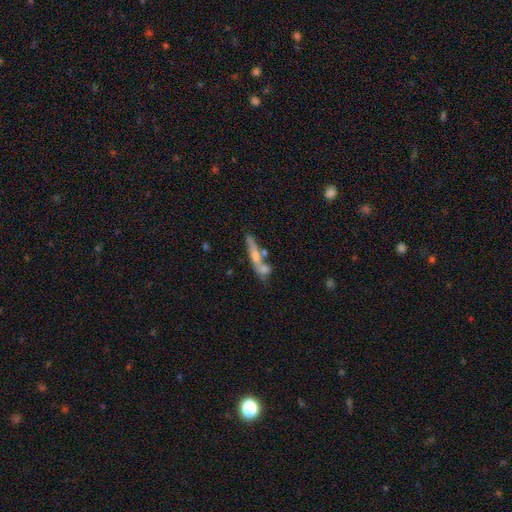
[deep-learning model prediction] The model was most divided on "smooth or featured": featured or disk: 49%, smooth: 42%, star or artifact: 9%. Remaining: merging — none (49%).